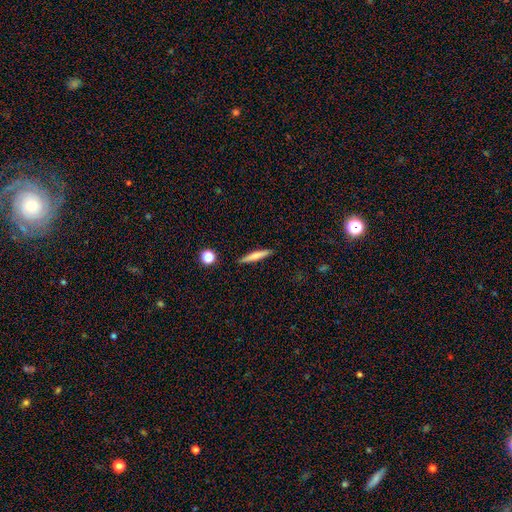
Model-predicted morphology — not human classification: type=smooth (66%); roundness=cigar-shaped (92%); merging=none (89%).